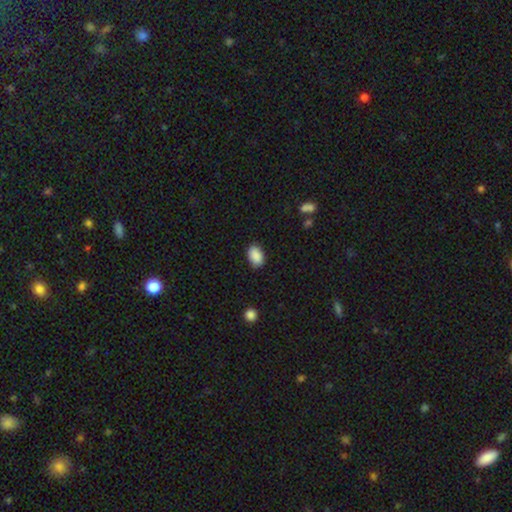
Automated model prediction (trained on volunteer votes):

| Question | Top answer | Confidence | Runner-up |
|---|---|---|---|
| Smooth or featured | smooth | 90% | star or artifact (7%) |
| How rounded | in between | 86% | round (13%) |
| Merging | none | 85% | minor disturbance (11%) |